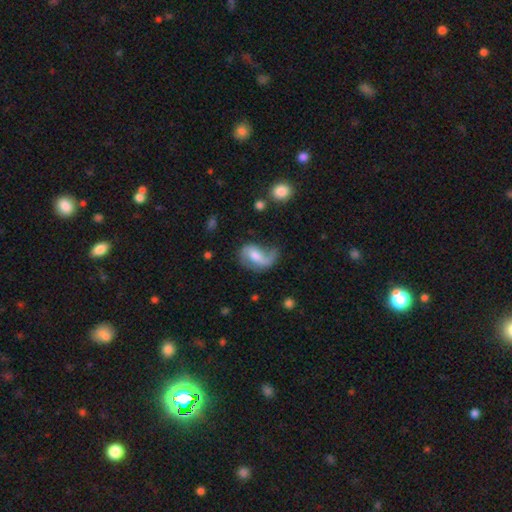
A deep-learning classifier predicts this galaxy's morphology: featured or disk 68%, smooth 24%, star or artifact 7%. Down the decision tree: edge-on disk — no (97%); bar — weak (45%); spiral arms — yes (90%); spiral arm count — 2 (62%); spiral winding — loose (67%); bulge size — moderate (53%); merging — none (44%).